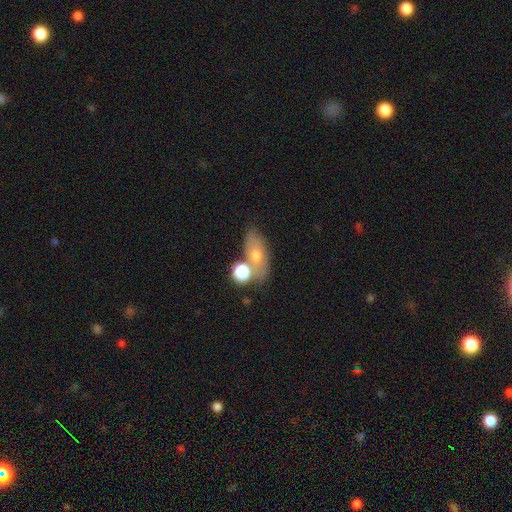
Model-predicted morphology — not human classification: smooth-or-featured: smooth: 59% | featured or disk: 30% | star or artifact: 12%
  how-rounded: in between: 74% | round: 18% | cigar-shaped: 7%
  merging: none: 52% | merger: 25% | minor disturbance: 16% | major disturbance: 7%